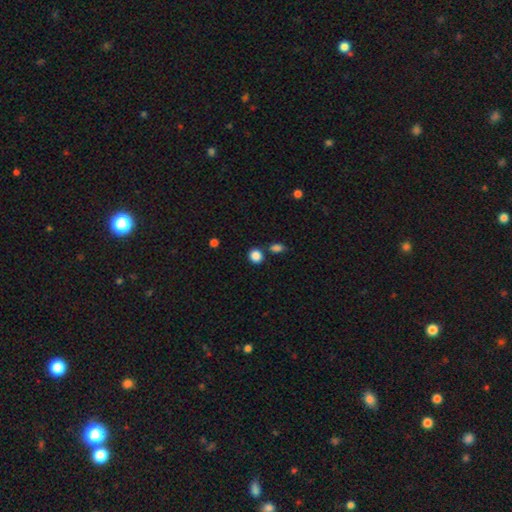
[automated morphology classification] Smooth or featured? smooth (87%)
How rounded? round (76%)
Merging? none (76%)